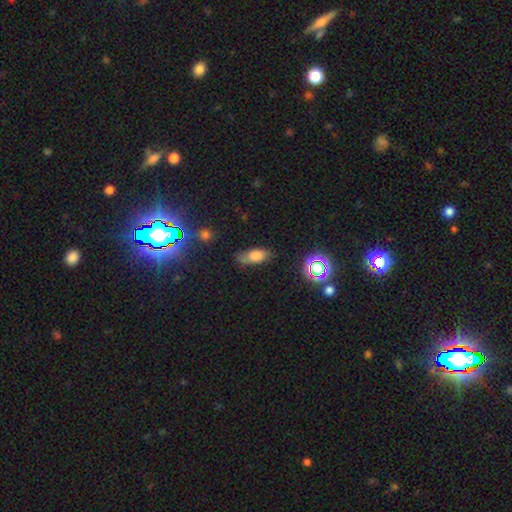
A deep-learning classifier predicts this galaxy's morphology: A smooth galaxy with no disk features (70%) that is in between round and cigar-shaped (82%).

Vote fractions:
- Smooth or featured? smooth: 70% / featured or disk: 16% / star or artifact: 14%
- How rounded? in between: 82% / cigar-shaped: 13% / round: 6%
- Merging? none: 60% / minor disturbance: 28% / major disturbance: 9% / merger: 3%